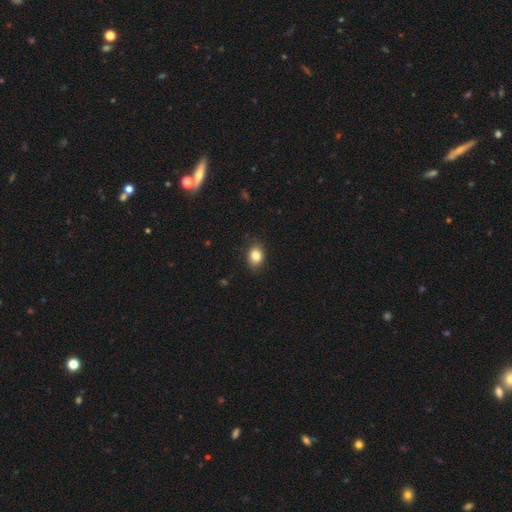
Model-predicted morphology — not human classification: type=smooth (84%); roundness=in between (68%); merging=none (84%).